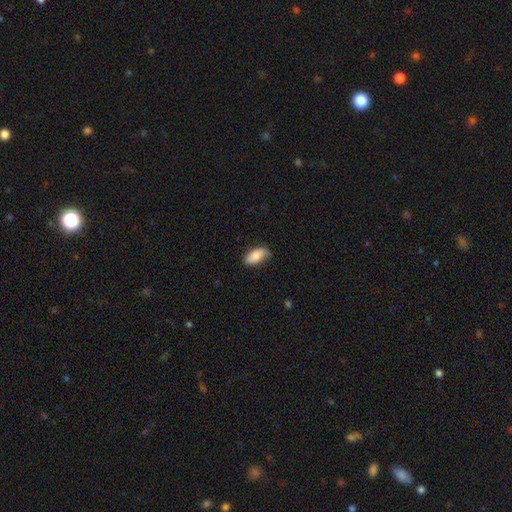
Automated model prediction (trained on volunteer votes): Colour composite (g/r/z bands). It shows a smooth galaxy with no disk features (77%) that is in between round and cigar-shaped (89%). Merging: none (76%).